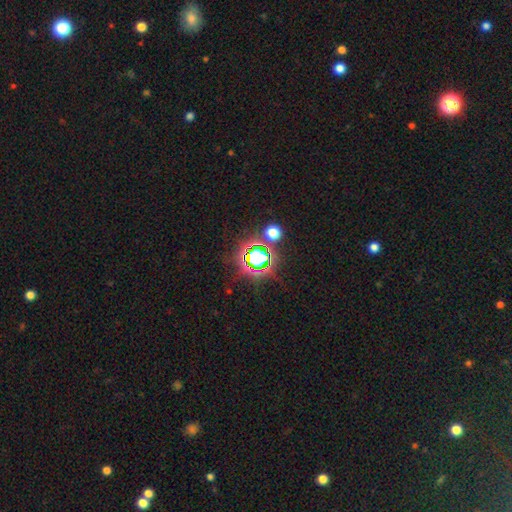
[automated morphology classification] This appears to be a star or artifact, not a galaxy (65%).